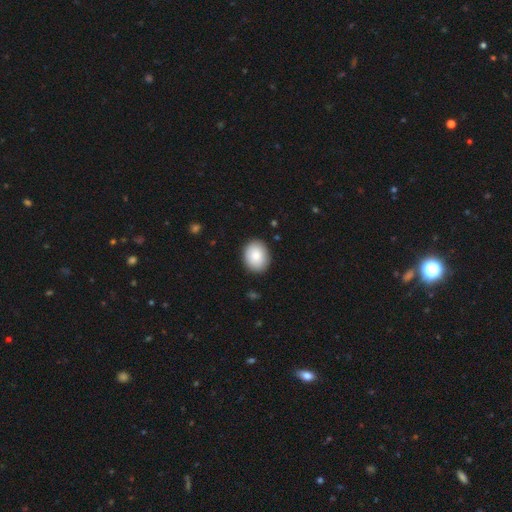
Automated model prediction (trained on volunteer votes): A smooth galaxy with no disk features (85%) that is in between round and cigar-shaped (57%). Merging: none (89%).